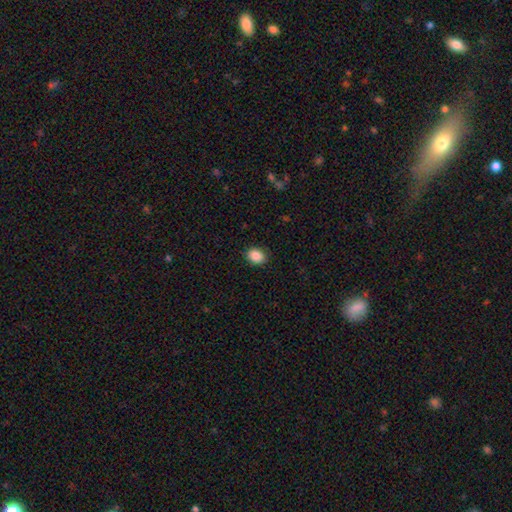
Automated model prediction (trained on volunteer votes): A smooth galaxy with no disk features (89%) that is in between round and cigar-shaped (58%).

Vote fractions:
- Smooth or featured? smooth: 89% / star or artifact: 8% / featured or disk: 3%
- How rounded? in between: 58% / round: 41% / cigar-shaped: 1%
- Merging? none: 89% / minor disturbance: 8% / major disturbance: 2% / merger: 1%